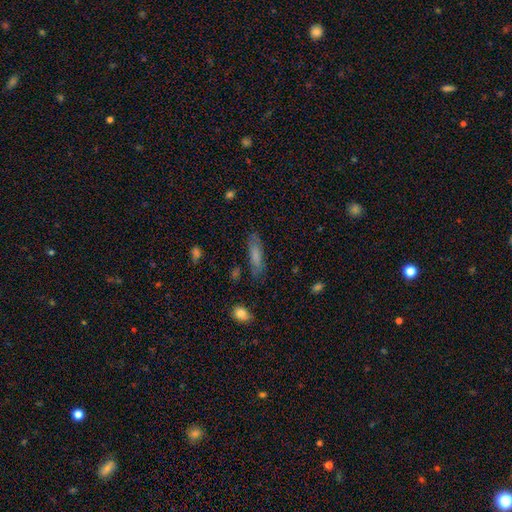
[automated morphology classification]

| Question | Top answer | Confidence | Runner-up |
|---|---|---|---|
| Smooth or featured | smooth | 70% | featured or disk (21%) |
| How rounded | cigar-shaped | 63% | in between (35%) |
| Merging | none | 78% | minor disturbance (16%) |